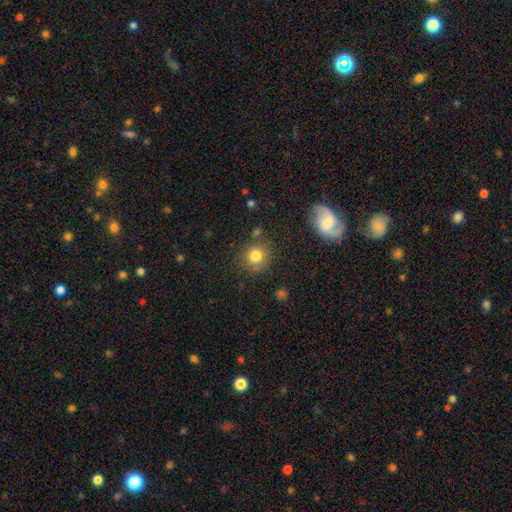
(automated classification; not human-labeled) A smooth galaxy with no disk features (81%) that is round (89%). Merging: none (80%).